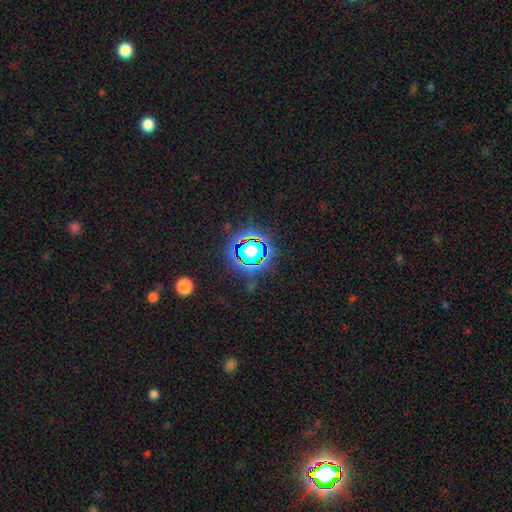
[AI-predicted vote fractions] Q: Smooth or featured?
A: star or artifact (77%); runner-up: smooth (15%)